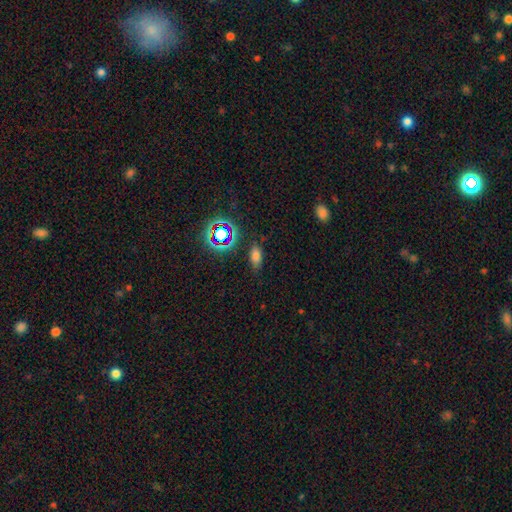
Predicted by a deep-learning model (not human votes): A smooth galaxy with no disk features (69%) that is in between round and cigar-shaped (85%).

Vote fractions:
- Smooth or featured? smooth: 69% / star or artifact: 22% / featured or disk: 8%
- How rounded? in between: 85% / cigar-shaped: 9% / round: 7%
- Merging? none: 80% / minor disturbance: 14% / major disturbance: 4% / merger: 2%